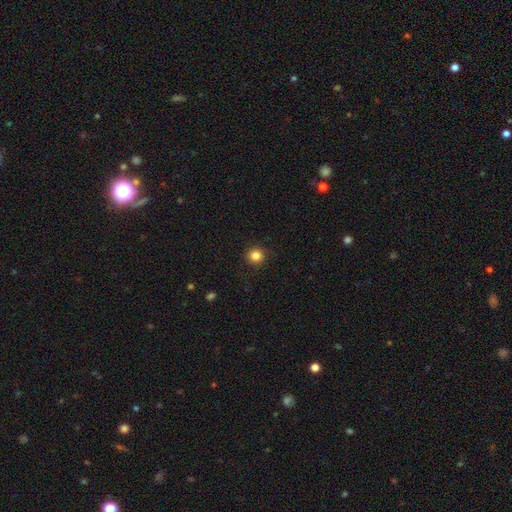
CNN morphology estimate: smooth_or_featured: smooth (p=0.84) [alt: star or artifact p=0.12]
how_rounded: round (p=0.94) [alt: in between p=0.06]
merging: none (p=0.91) [alt: minor disturbance p=0.06]